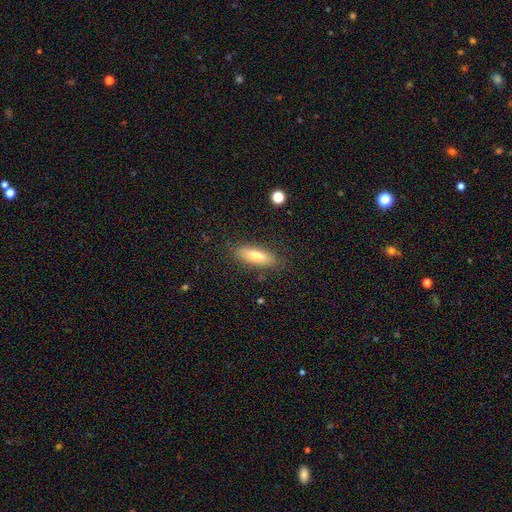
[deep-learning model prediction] Q: Smooth or featured?
A: smooth (75%); runner-up: featured or disk (18%)
Q: How rounded?
A: in between (57%); runner-up: cigar-shaped (41%)
Q: Merging?
A: none (83%); runner-up: minor disturbance (12%)